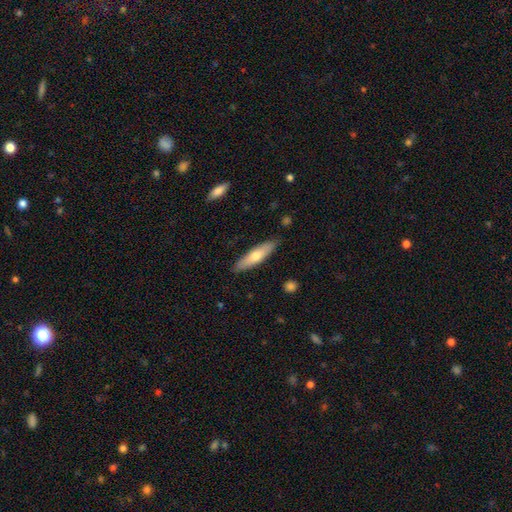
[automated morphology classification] This is likely a smooth galaxy (60%). How rounded: likely cigar-shaped (71%). Merging: clearly none (87%).